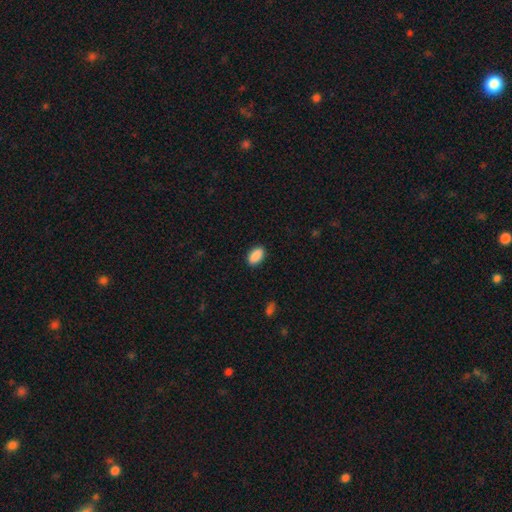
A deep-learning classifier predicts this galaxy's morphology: Q: Smooth or featured?
A: smooth (90%); runner-up: star or artifact (7%)
Q: How rounded?
A: in between (93%); runner-up: round (4%)
Q: Merging?
A: none (89%); runner-up: minor disturbance (8%)